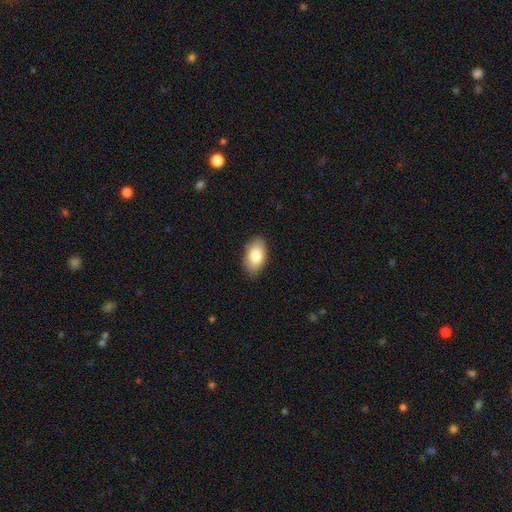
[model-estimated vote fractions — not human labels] Smooth or featured: smooth — 83% (featured or disk — 10%)
How rounded: in between — 94% (round — 4%)
Merging: none — 86% (minor disturbance — 11%)